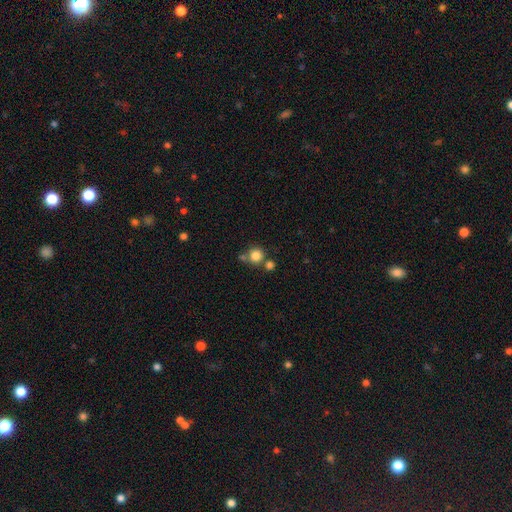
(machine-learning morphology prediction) Smooth or featured?
  - smooth: 82% *
  - star or artifact: 11%
  - featured or disk: 6%
How rounded?
  - round: 92% *
  - in between: 7%
  - cigar-shaped: 1%
Merging?
  - none: 65% *
  - merger: 22%
  - minor disturbance: 9%
  - major disturbance: 4%